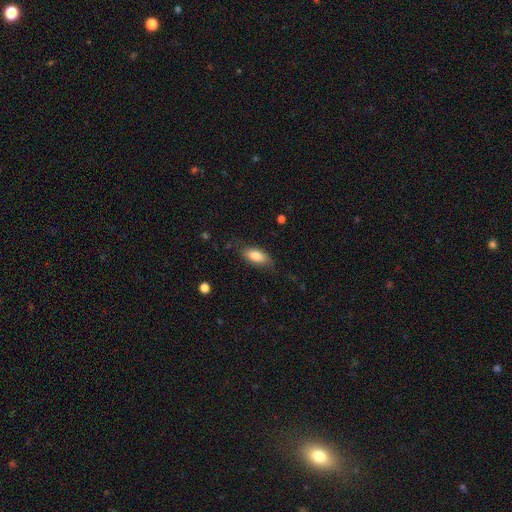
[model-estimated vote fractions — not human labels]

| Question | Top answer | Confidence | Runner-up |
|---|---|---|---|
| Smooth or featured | smooth | 80% | featured or disk (14%) |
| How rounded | in between | 84% | cigar-shaped (13%) |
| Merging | none | 74% | minor disturbance (19%) |